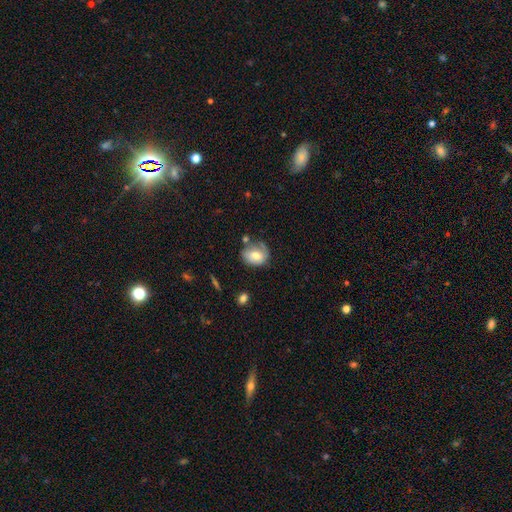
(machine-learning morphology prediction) A smooth galaxy with no disk features (58%) that is round (50%). Merging: none (50%).